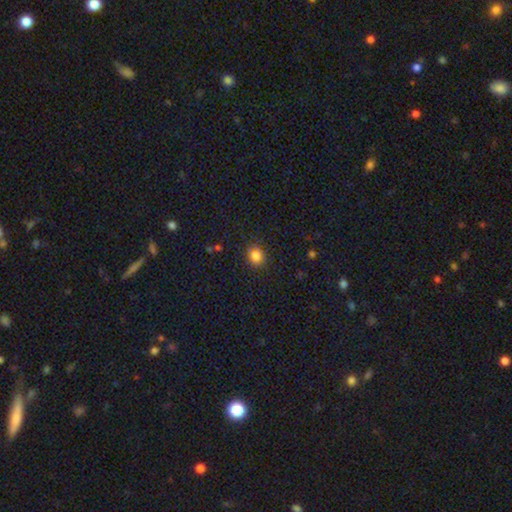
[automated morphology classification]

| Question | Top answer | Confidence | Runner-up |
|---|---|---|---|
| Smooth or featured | smooth | 83% | star or artifact (11%) |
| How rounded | round | 74% | in between (25%) |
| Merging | none | 88% | minor disturbance (9%) |